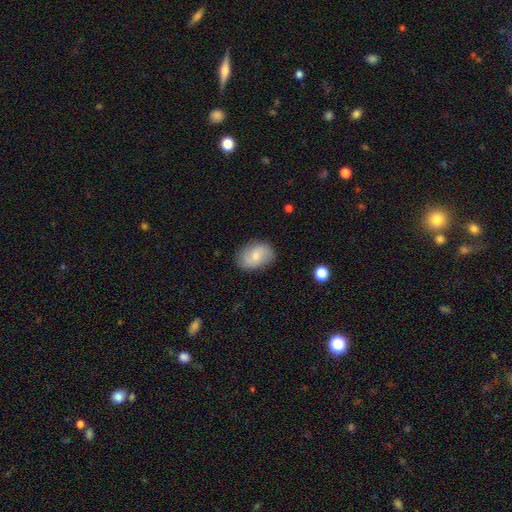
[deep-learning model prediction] This is likely a smooth galaxy (61%). How rounded: likely in between (80%). Merging: clearly none (82%).